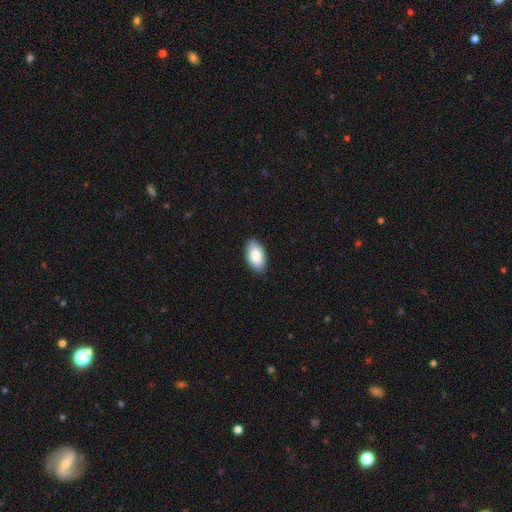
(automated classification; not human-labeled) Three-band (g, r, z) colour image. It shows a smooth galaxy with no disk features (85%) that is in between round and cigar-shaped (95%). Merging: none (87%).